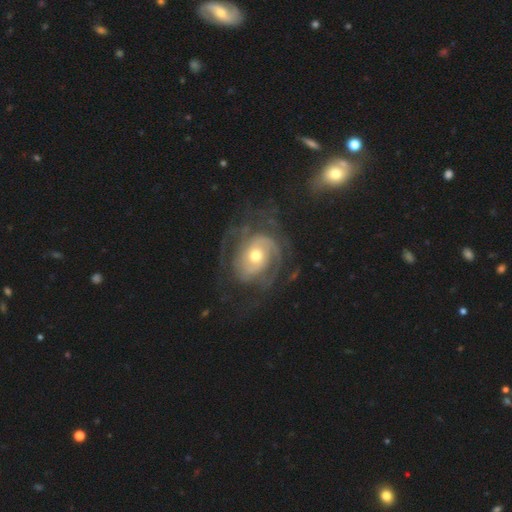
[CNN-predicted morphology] type=featured or disk (86%); edge-on=no (97%); bar=no (74%); spiral arms=yes (93%); winding=tight (59%); arm count=2 (34%); bulge=moderate (66%); merging=none (62%).